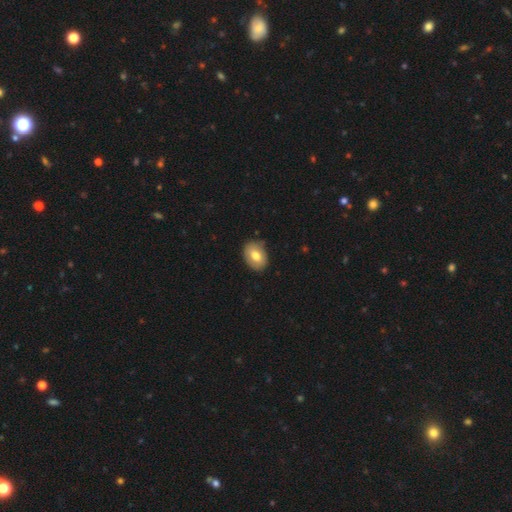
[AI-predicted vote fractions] Smooth or featured? smooth (73%)
How rounded? in between (77%)
Merging? none (81%)